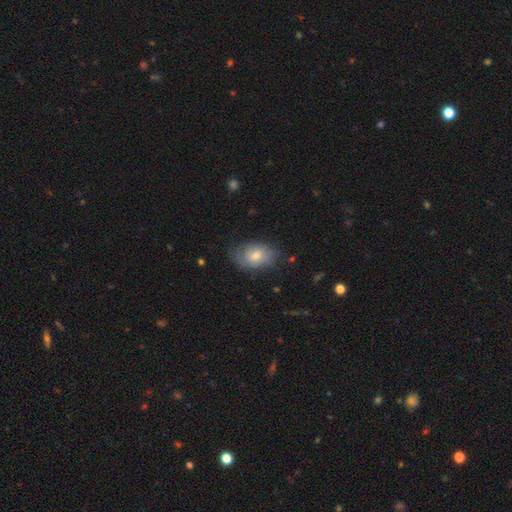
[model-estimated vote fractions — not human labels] Q: Smooth or featured?
A: smooth (64%); runner-up: featured or disk (29%)
Q: How rounded?
A: in between (84%); runner-up: round (15%)
Q: Merging?
A: none (61%); runner-up: minor disturbance (27%)